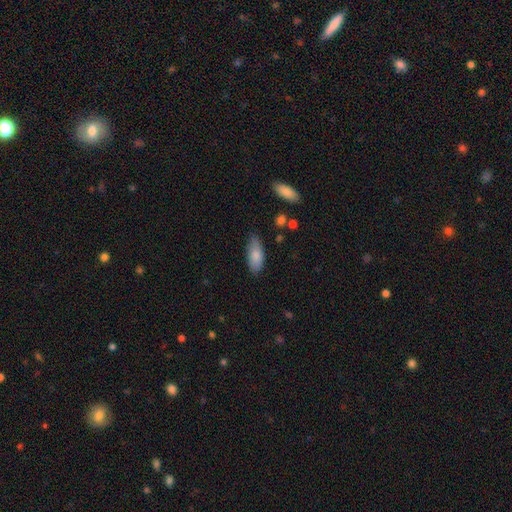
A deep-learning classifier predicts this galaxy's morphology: The model was most divided on "merging": none: 78%, minor disturbance: 17%, major disturbance: 3%, merger: 2%. More confident: how rounded — in between (84%); smooth or featured — smooth (82%).